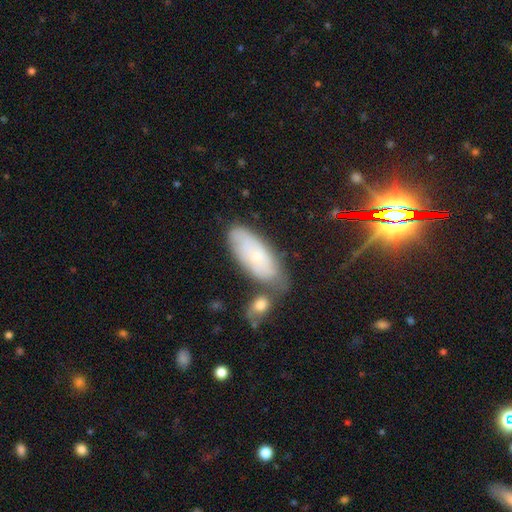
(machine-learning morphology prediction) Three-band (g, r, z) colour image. It shows a smooth galaxy with no disk features (60%) that is in between round and cigar-shaped (83%). Merging: none (60%).